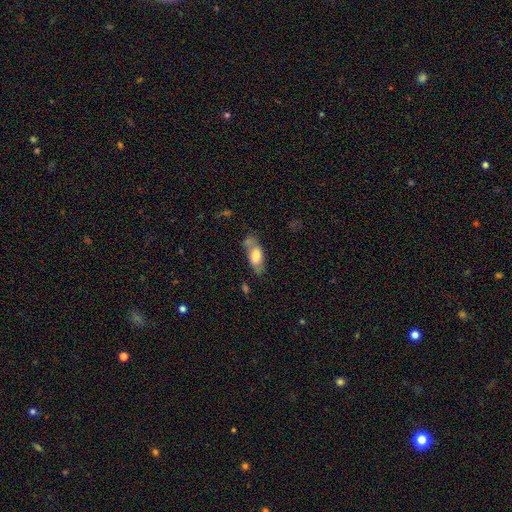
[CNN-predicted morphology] Q: Smooth or featured?
A: smooth (69%); runner-up: featured or disk (25%)
Q: How rounded?
A: in between (83%); runner-up: cigar-shaped (14%)
Q: Merging?
A: none (53%); runner-up: minor disturbance (23%)